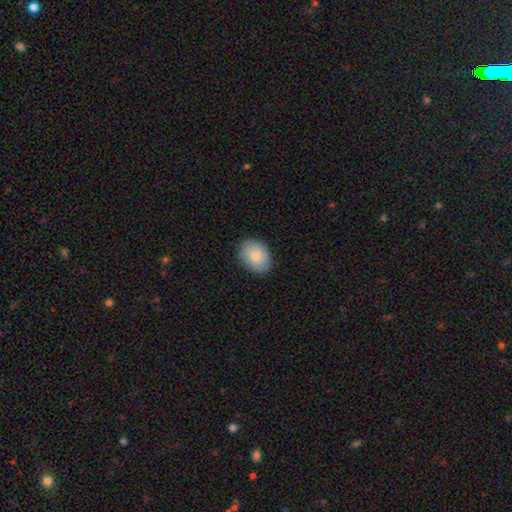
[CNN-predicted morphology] Smooth or featured? smooth (83%)
How rounded? in between (70%)
Merging? none (84%)